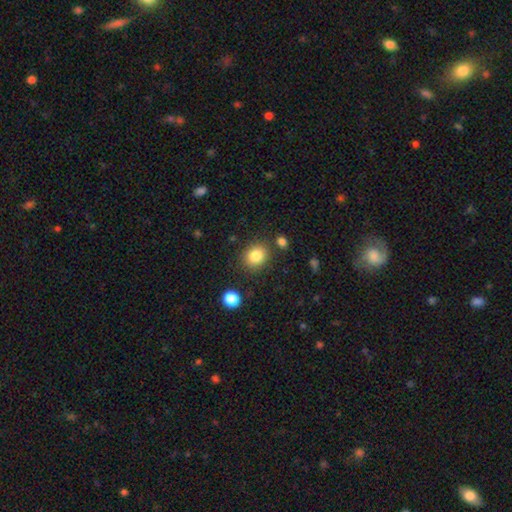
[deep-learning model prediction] smooth_or_featured: smooth (p=0.84) [alt: star or artifact p=0.10]
how_rounded: round (p=0.68) [alt: in between p=0.31]
merging: none (p=0.83) [alt: minor disturbance p=0.10]